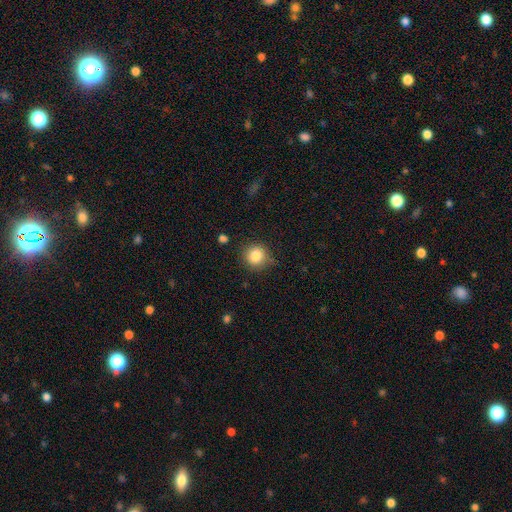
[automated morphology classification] smooth-or-featured: smooth: 84% | star or artifact: 10% | featured or disk: 6%
  how-rounded: round: 91% | in between: 8% | cigar-shaped: 1%
  merging: none: 79% | minor disturbance: 16% | major disturbance: 4% | merger: 2%